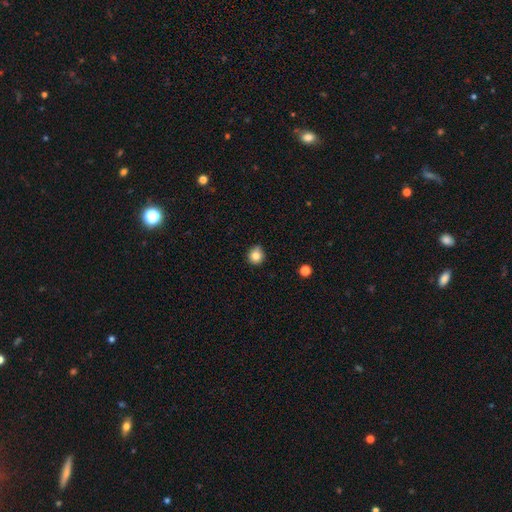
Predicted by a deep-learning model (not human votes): Smooth or featured? smooth (82%)
How rounded? round (90%)
Merging? none (81%)